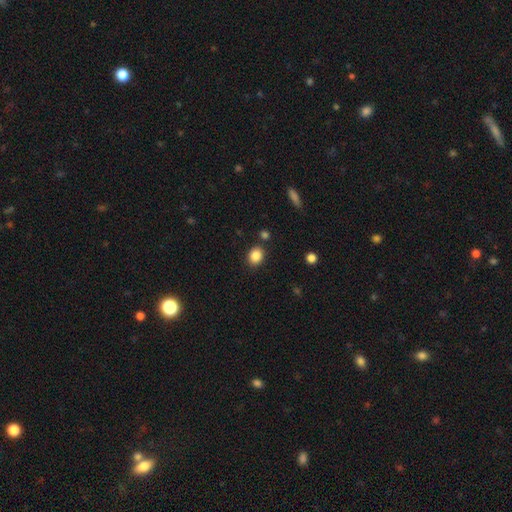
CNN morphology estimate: This appears to be a smooth galaxy with no disk features (86%) that is round (56%). Merging: none (84%).